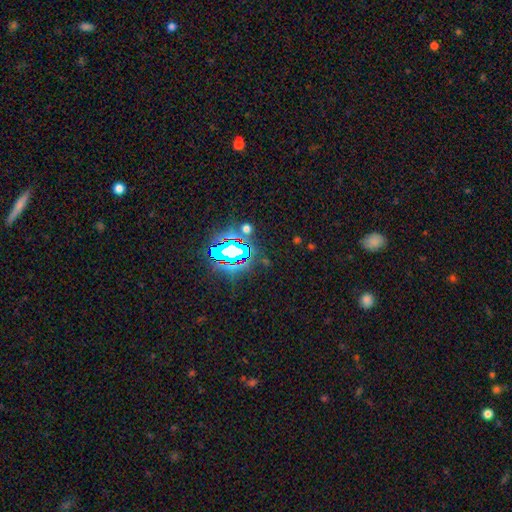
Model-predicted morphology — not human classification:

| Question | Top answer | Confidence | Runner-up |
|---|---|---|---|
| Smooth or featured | star or artifact | 81% | smooth (12%) |